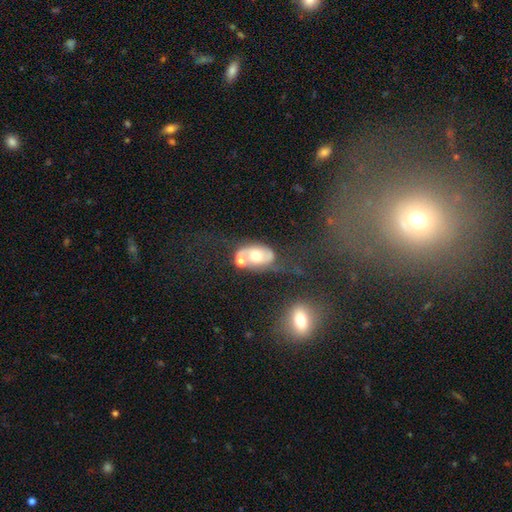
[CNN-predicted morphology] This appears to be a featured or disk galaxy (59%) with no bar (73%), spiral arms (64%) and a moderate central bulge (67%). Merging: merger (46%).